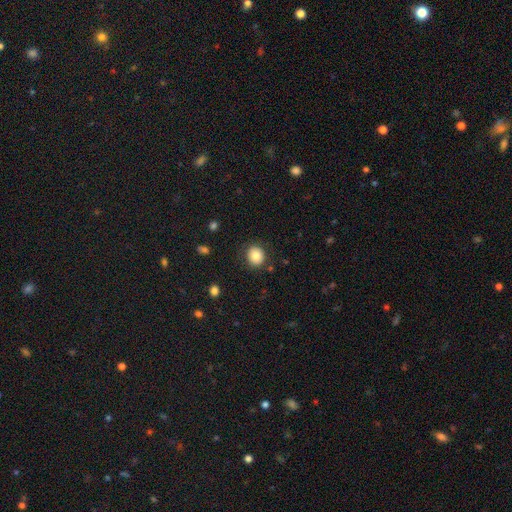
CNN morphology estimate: Smooth or featured? smooth (82%)
How rounded? round (81%)
Merging? none (86%)